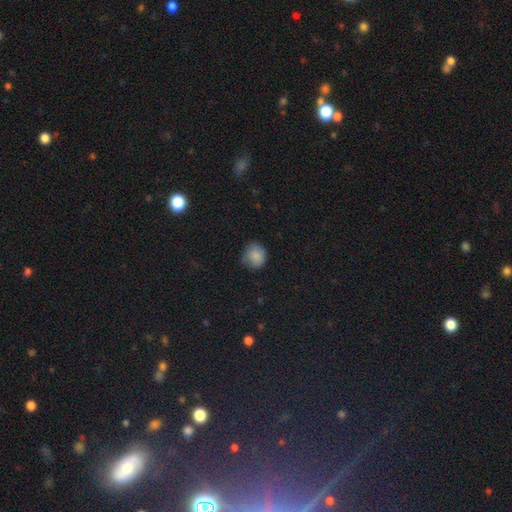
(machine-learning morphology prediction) smooth 85%, star or artifact 9%, featured or disk 6%. Down the decision tree: how rounded — round (83%); merging — none (70%).